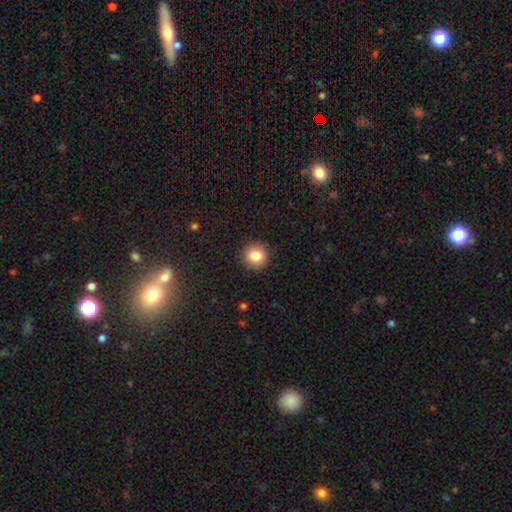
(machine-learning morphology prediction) smooth-or-featured: smooth: 84% | star or artifact: 10% | featured or disk: 7%
  how-rounded: round: 88% | in between: 11% | cigar-shaped: 1%
  merging: none: 91% | minor disturbance: 6% | major disturbance: 2% | merger: 1%